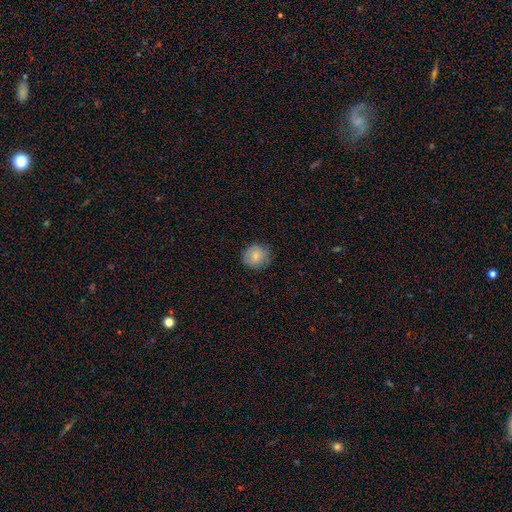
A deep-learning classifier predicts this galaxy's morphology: smooth_or_featured: smooth (p=0.81) [alt: featured or disk p=0.11]
how_rounded: round (p=0.89) [alt: in between p=0.10]
merging: none (p=0.82) [alt: minor disturbance p=0.14]